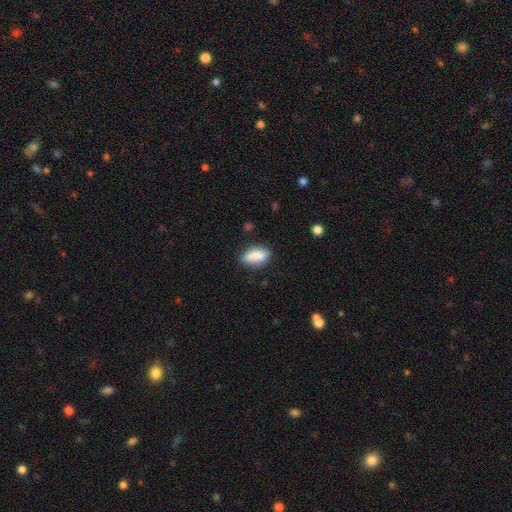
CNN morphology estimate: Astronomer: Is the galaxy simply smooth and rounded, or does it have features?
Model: smooth — 86%.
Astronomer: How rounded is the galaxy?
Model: in between — 89%.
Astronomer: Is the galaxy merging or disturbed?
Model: none — 75%.